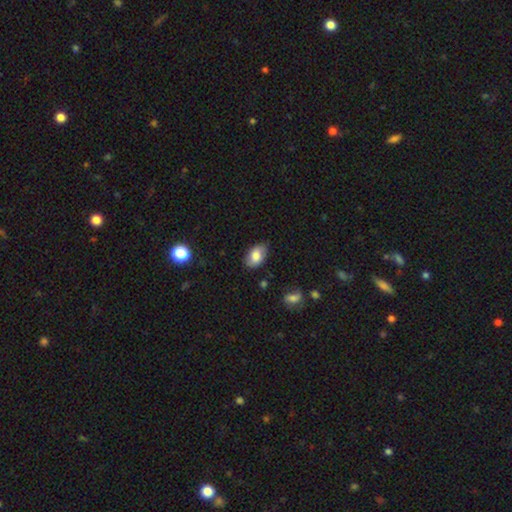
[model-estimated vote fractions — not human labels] Smooth or featured?
  - smooth: 72% *
  - featured or disk: 20%
  - star or artifact: 8%
How rounded?
  - in between: 91% *
  - round: 8%
  - cigar-shaped: 1%
Merging?
  - none: 78% *
  - minor disturbance: 17%
  - major disturbance: 3%
  - merger: 2%